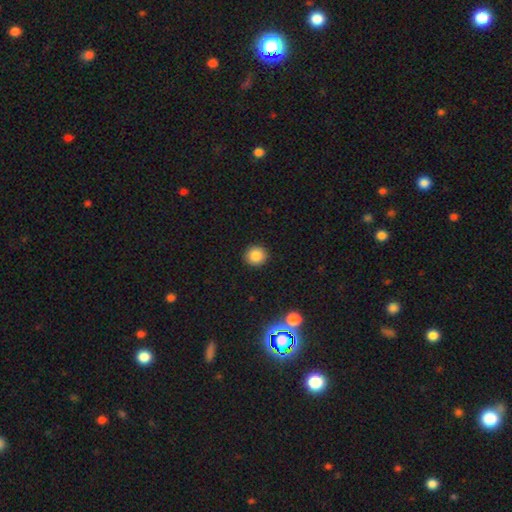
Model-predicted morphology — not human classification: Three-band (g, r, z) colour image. It shows a smooth galaxy with no disk features (84%) that is round (91%). Merging: none (92%).